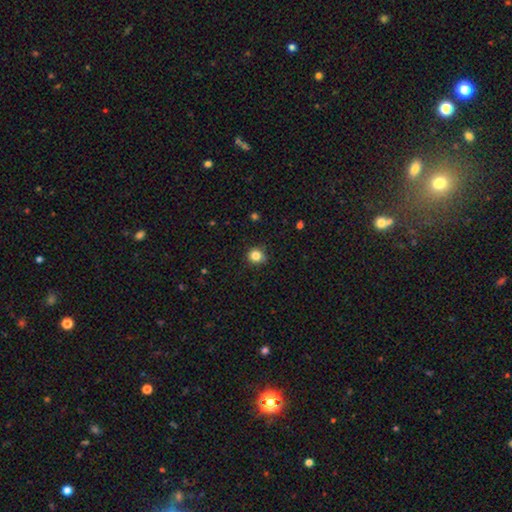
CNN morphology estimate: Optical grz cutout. It shows a smooth galaxy with no disk features (83%) that is round (87%). Merging: none (85%).